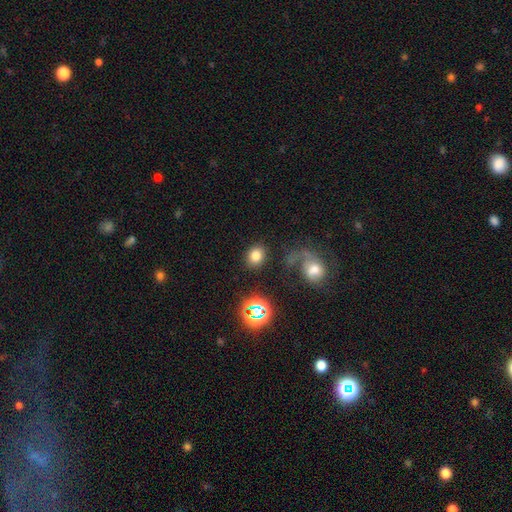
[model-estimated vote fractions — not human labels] smooth_or_featured: smooth (p=0.76) [alt: star or artifact p=0.13]
how_rounded: round (p=0.53) [alt: in between p=0.46]
merging: none (p=0.79) [alt: minor disturbance p=0.09]